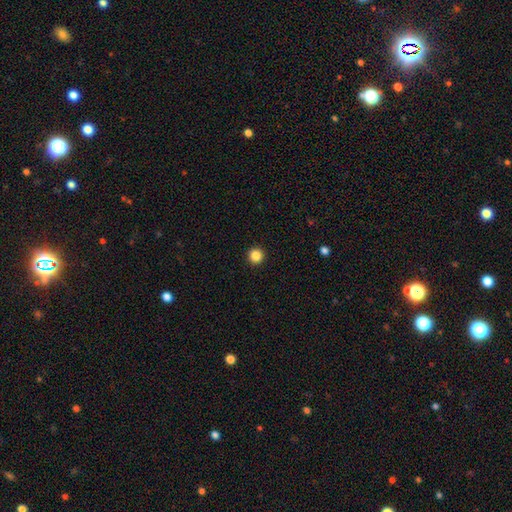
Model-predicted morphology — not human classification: Smooth or featured? smooth (86%)
How rounded? round (96%)
Merging? none (94%)